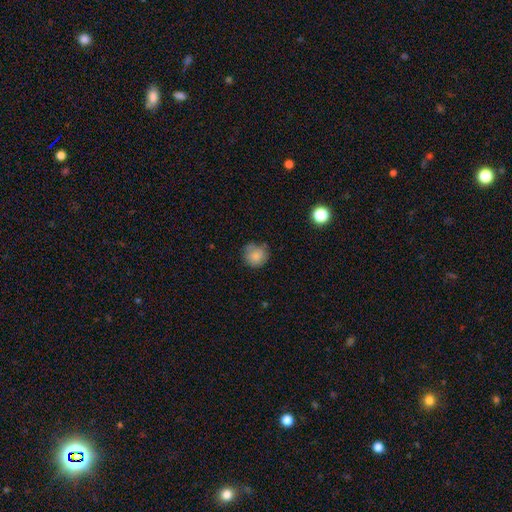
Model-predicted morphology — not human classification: The model was most divided on "merging": none: 68%, minor disturbance: 22%, major disturbance: 6%, merger: 4%. More confident: how rounded — round (88%); smooth or featured — smooth (82%).